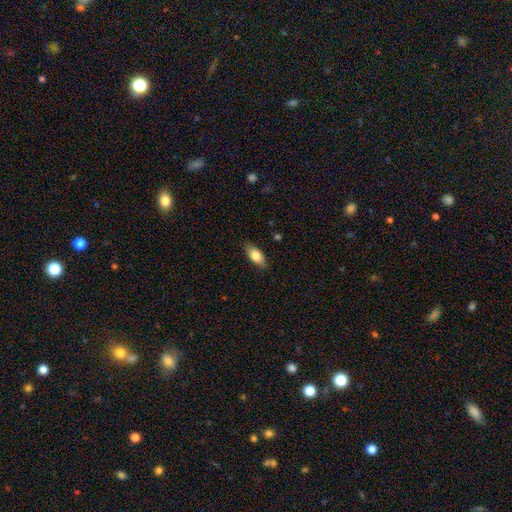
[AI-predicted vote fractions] Smooth or featured: smooth — 81% (featured or disk — 13%)
How rounded: in between — 86% (cigar-shaped — 11%)
Merging: none — 85% (minor disturbance — 12%)